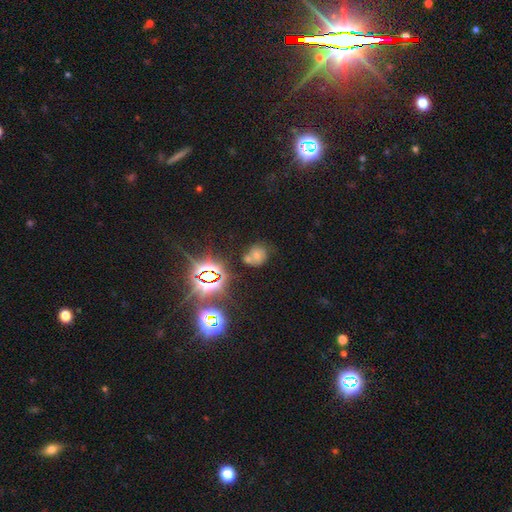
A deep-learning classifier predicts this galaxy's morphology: Smooth or featured? smooth (47%)
Merging? none (48%)